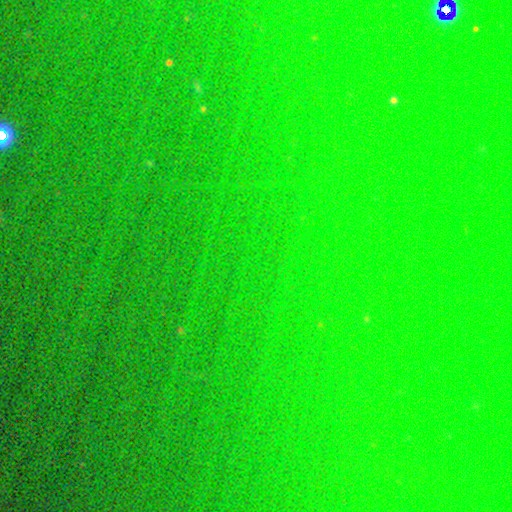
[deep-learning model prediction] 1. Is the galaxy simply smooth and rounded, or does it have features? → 80% star or artifact, 12% smooth, 8% featured or disk.